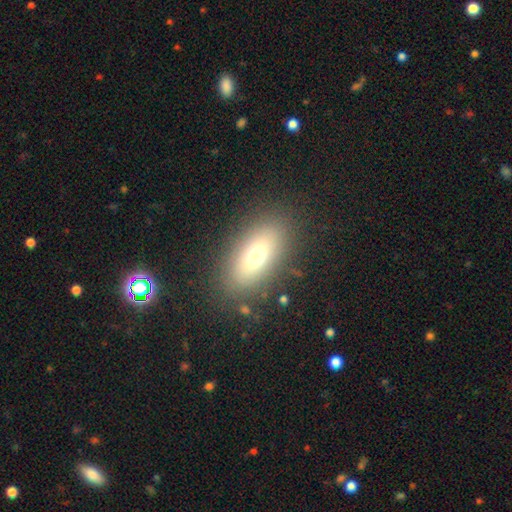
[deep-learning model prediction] smooth 70%, featured or disk 18%, star or artifact 11%. Down the decision tree: how rounded — in between (85%); merging — none (85%).